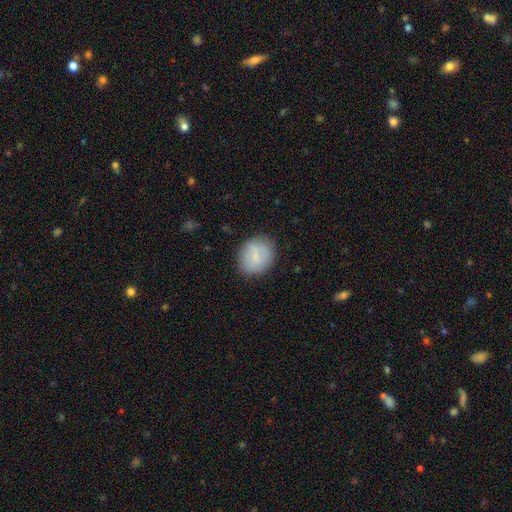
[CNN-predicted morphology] Smooth or featured? smooth (71%)
How rounded? round (62%)
Merging? none (80%)